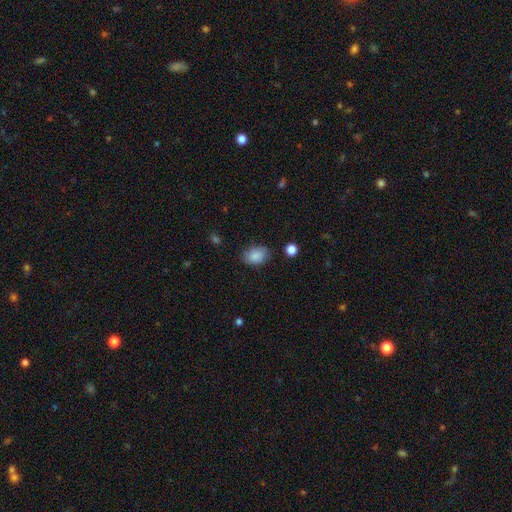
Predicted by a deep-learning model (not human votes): Smooth or featured: smooth — 87% (star or artifact — 8%)
How rounded: in between — 81% (round — 18%)
Merging: none — 78% (minor disturbance — 17%)